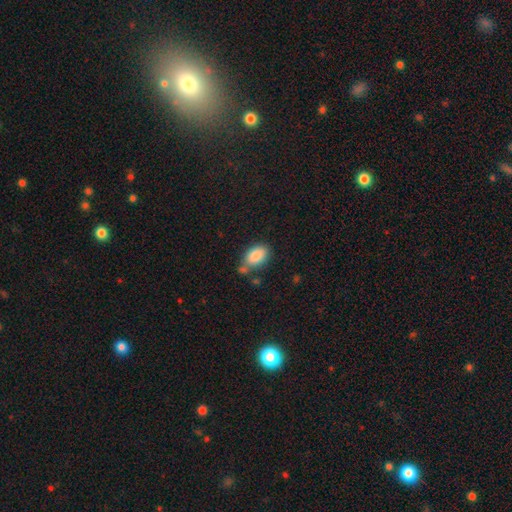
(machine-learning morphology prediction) This appears to be a smooth galaxy with no disk features (86%) that is in between round and cigar-shaped (91%). Merging: none (61%).